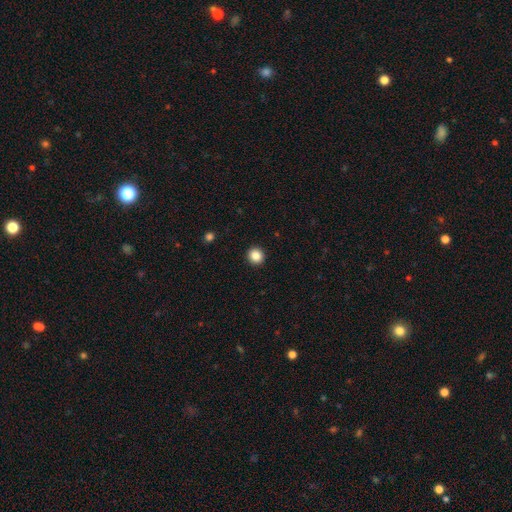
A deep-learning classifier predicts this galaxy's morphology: A smooth galaxy with no disk features (86%) that is round (92%).

Vote fractions:
- Smooth or featured? smooth: 86% / star or artifact: 10% / featured or disk: 4%
- How rounded? round: 92% / in between: 7% / cigar-shaped: 1%
- Merging? none: 93% / minor disturbance: 4% / major disturbance: 2% / merger: 1%